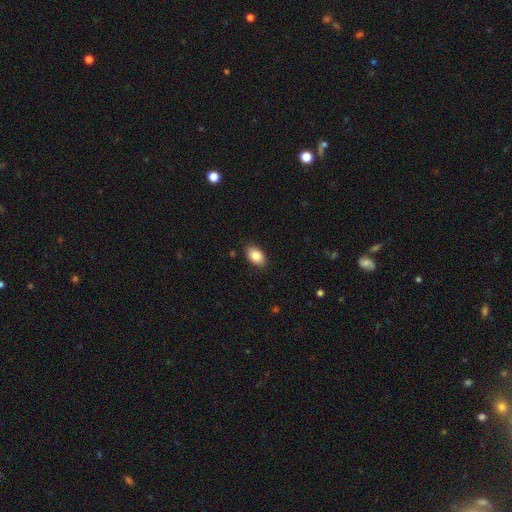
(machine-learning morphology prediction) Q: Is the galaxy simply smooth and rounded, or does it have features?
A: smooth — 86%.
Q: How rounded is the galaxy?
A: in between — 90%.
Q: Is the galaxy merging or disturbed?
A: none — 87%.